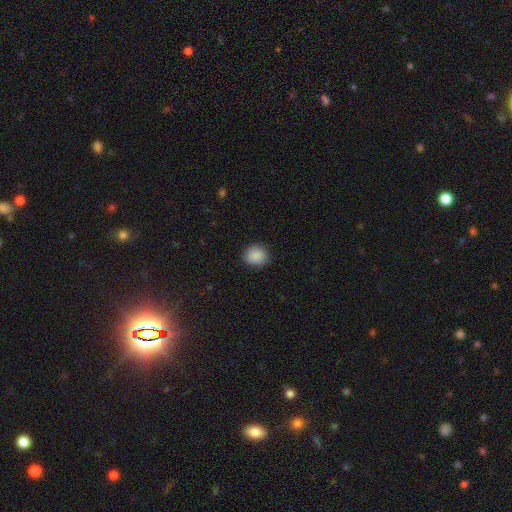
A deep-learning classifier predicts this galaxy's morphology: Q: Smooth or featured?
A: smooth (89%); runner-up: star or artifact (8%)
Q: How rounded?
A: round (74%); runner-up: in between (25%)
Q: Merging?
A: none (87%); runner-up: minor disturbance (10%)